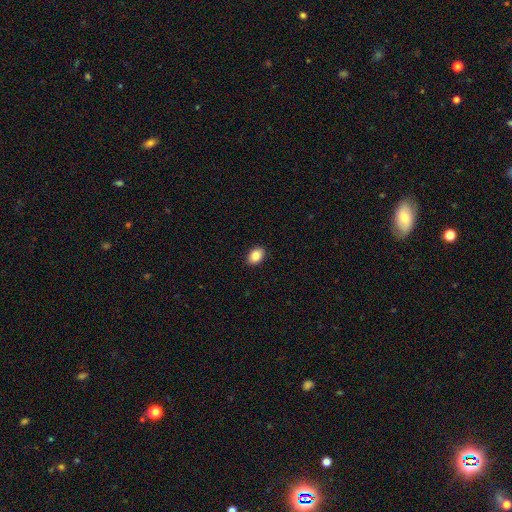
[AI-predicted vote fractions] This is clearly a smooth galaxy (88%). How rounded: likely in between (76%). Merging: clearly none (90%).